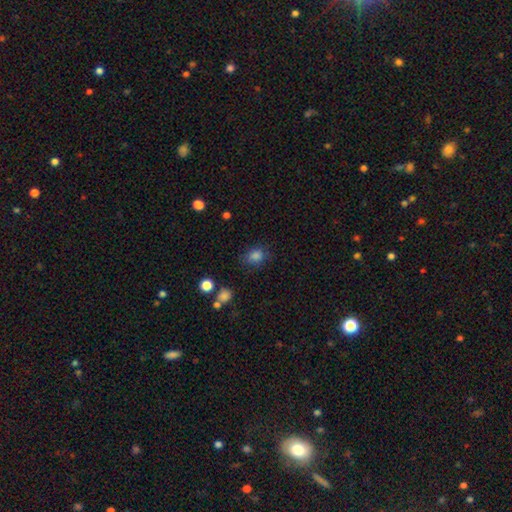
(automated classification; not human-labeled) This appears to be a smooth galaxy with no disk features (82%) that is in between round and cigar-shaped (50%). Merging: none (74%).